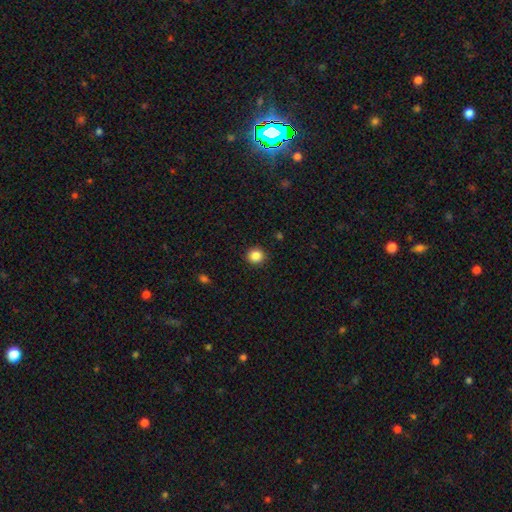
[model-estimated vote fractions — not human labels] Smooth or featured?
  - smooth: 86% *
  - star or artifact: 10%
  - featured or disk: 3%
How rounded?
  - round: 91% *
  - in between: 9%
  - cigar-shaped: 1%
Merging?
  - none: 92% *
  - minor disturbance: 6%
  - major disturbance: 2%
  - merger: 1%